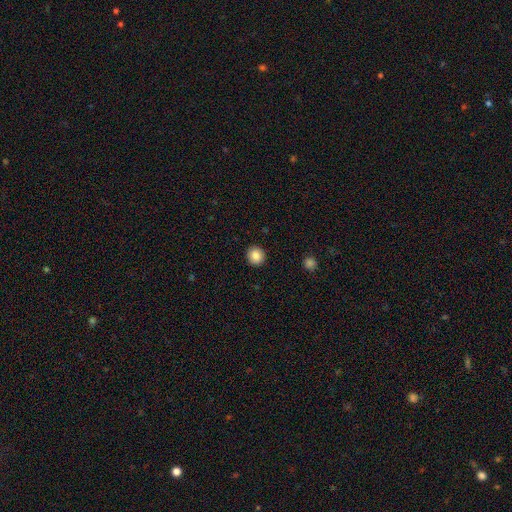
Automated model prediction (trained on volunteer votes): Smooth or featured? Predicted: smooth (p=0.87). How rounded? Predicted: round (p=0.91). Merging? Predicted: none (p=0.93).